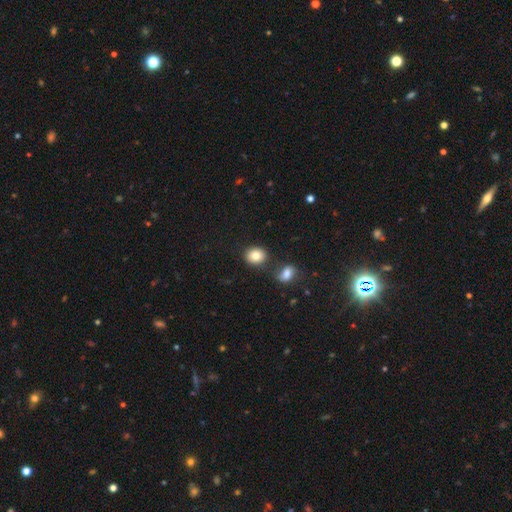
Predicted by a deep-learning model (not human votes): Smooth or featured? Predicted: smooth (p=0.83). How rounded? Predicted: round (p=0.59). Merging? Predicted: none (p=0.73).